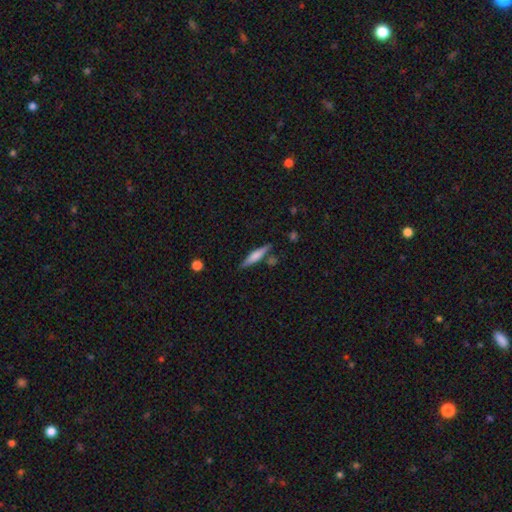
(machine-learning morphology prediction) The model was most divided on "smooth or featured": smooth: 56%, featured or disk: 37%, star or artifact: 6%. More confident: how rounded — cigar-shaped (86%); merging — none (80%).